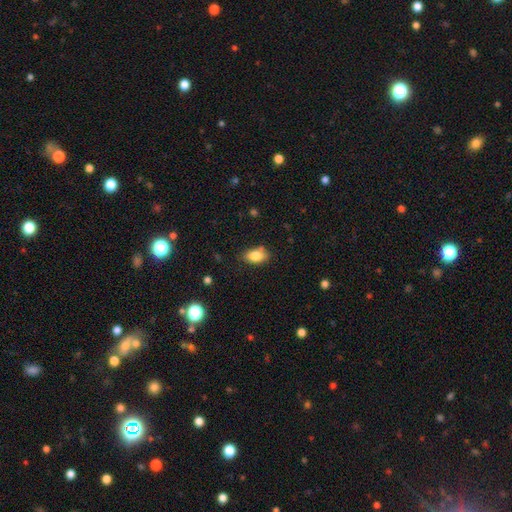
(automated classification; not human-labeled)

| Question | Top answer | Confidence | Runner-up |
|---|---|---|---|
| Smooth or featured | smooth | 83% | featured or disk (9%) |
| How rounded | in between | 88% | round (9%) |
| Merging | none | 76% | minor disturbance (16%) |